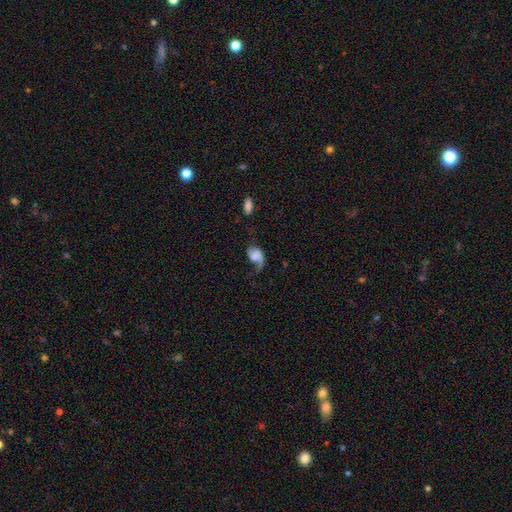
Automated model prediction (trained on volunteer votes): Morphology: type=featured or disk (62%); edge-on=no (97%); bar=no (66%); spiral arms=yes (89%); winding=loose (73%); arm count=2 (52%); bulge=none (45%); merging=none (38%).